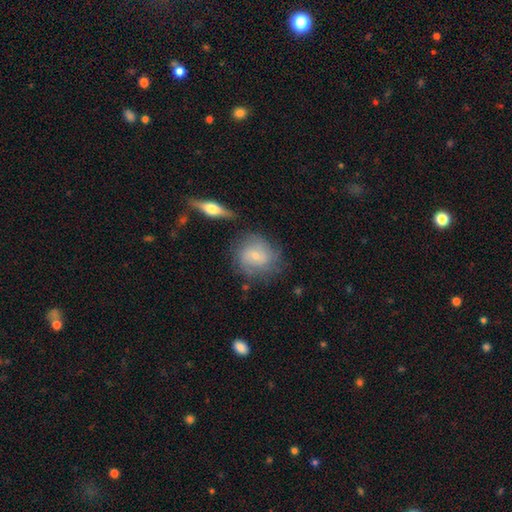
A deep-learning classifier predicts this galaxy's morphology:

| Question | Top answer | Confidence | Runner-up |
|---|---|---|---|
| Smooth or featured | smooth | 47% | featured or disk (45%) |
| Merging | none | 68% | minor disturbance (20%) |